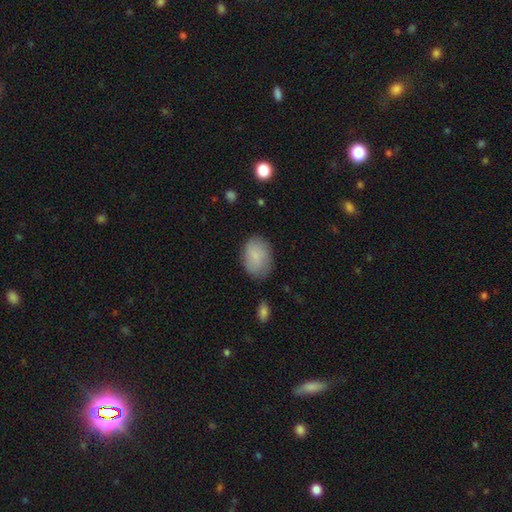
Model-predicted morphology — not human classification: A smooth galaxy with no disk features (84%) that is in between round and cigar-shaped (77%). Merging: none (77%).